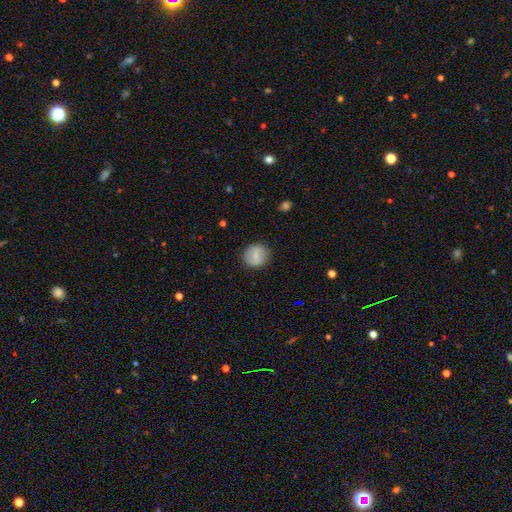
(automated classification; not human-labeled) smooth 69%, featured or disk 23%, star or artifact 7%. Down the decision tree: how rounded — round (85%); merging — none (86%).